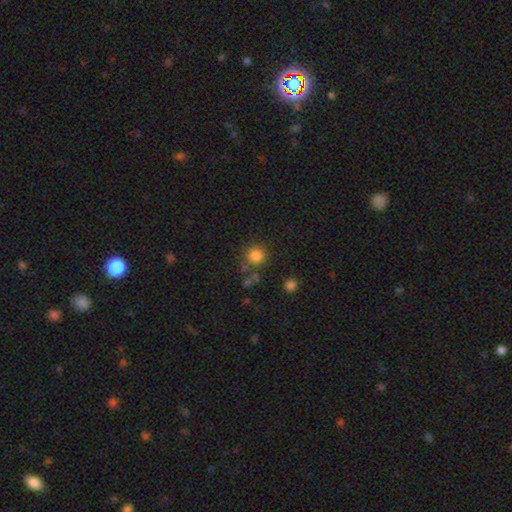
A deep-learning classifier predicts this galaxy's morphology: A smooth galaxy with no disk features (81%) that is round (91%). Merging: none (76%).